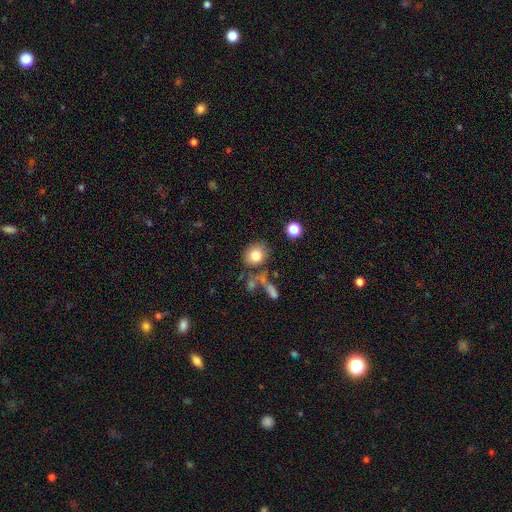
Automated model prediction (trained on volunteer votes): A smooth galaxy with no disk features (80%) that is round (67%).

Vote fractions:
- Smooth or featured? smooth: 80% / featured or disk: 10% / star or artifact: 10%
- How rounded? round: 67% / in between: 32% / cigar-shaped: 1%
- Merging? none: 70% / minor disturbance: 13% / merger: 11% / major disturbance: 6%